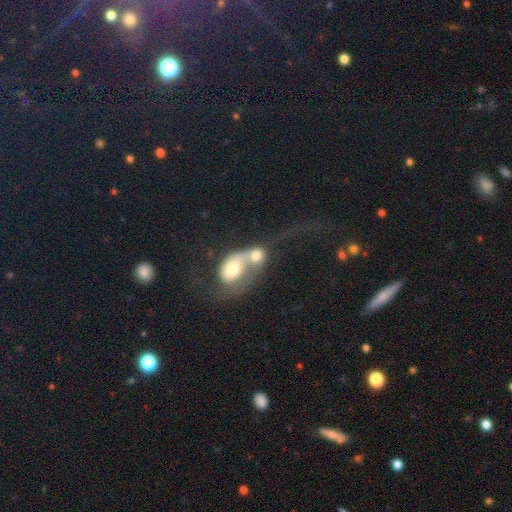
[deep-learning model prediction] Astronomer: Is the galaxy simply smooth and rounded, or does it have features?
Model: smooth — 49% (runner-up: featured or disk, 43%).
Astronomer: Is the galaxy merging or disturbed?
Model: merger — 78%.